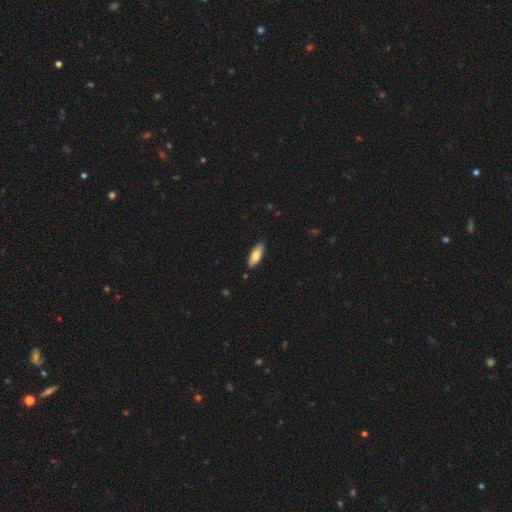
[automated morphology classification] type=smooth (77%); roundness=in between (61%); merging=none (87%).